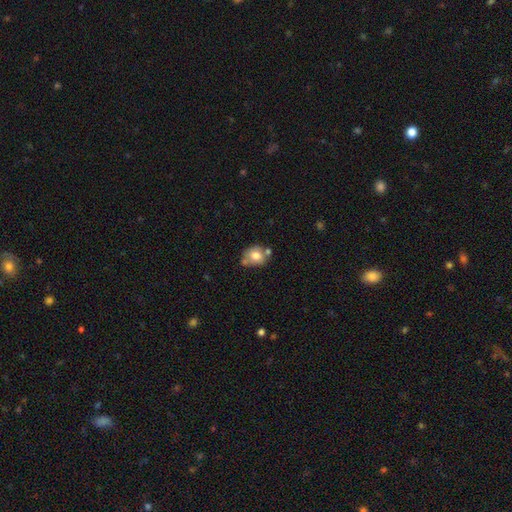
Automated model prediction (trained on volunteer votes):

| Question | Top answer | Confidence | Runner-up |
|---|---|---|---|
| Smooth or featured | smooth | 72% | featured or disk (19%) |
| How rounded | round | 56% | in between (43%) |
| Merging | none | 48% | merger (24%) |